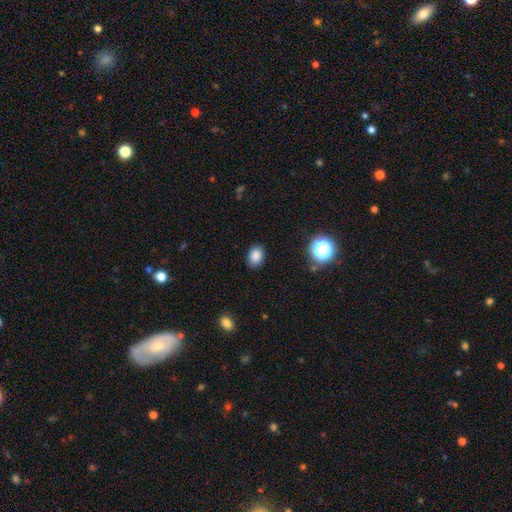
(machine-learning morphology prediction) This appears to be a smooth galaxy with no disk features (85%) that is in between round and cigar-shaped (70%). Merging: none (86%).